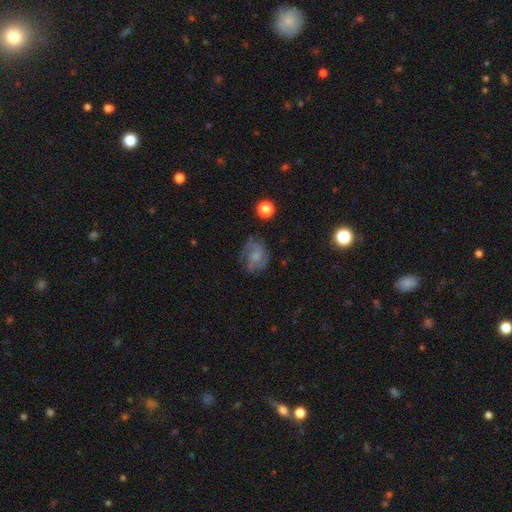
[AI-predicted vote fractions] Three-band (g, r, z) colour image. It shows a featured or disk galaxy (61%) with no bar (69%), 2 (32%) medium (46%) spiral arms (87%) and a small central bulge (34%). Merging: none (64%).